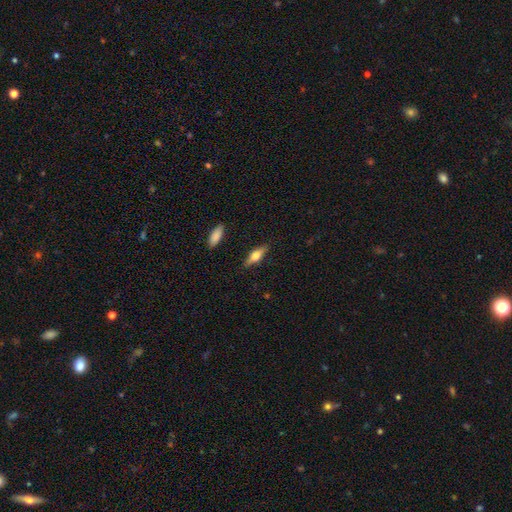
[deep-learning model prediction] smooth_or_featured: featured or disk (p=0.52) [alt: smooth p=0.42]
disk_edge_on: yes (p=0.93) [alt: no p=0.07]
merging: none (p=0.86) [alt: minor disturbance p=0.10]